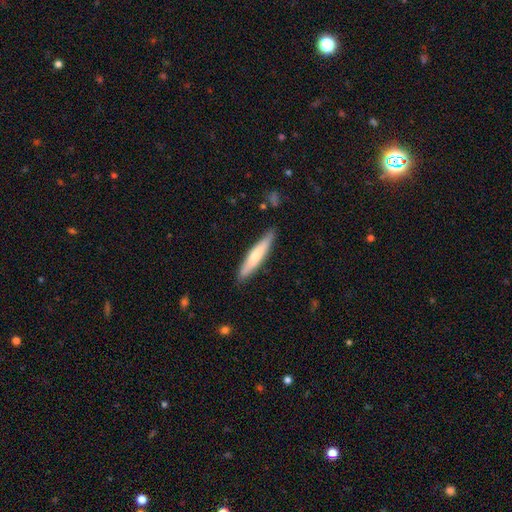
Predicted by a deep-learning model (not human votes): smooth_or_featured: smooth (p=0.62) [alt: featured or disk p=0.33]
how_rounded: cigar-shaped (p=0.90) [alt: in between p=0.09]
merging: none (p=0.85) [alt: minor disturbance p=0.11]